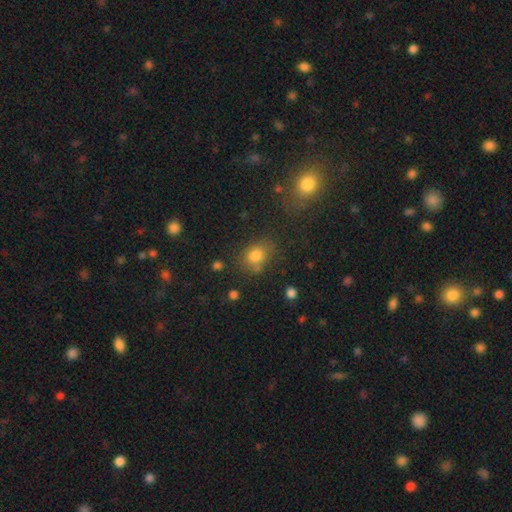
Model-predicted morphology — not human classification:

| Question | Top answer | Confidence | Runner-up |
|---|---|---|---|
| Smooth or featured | smooth | 77% | star or artifact (15%) |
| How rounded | round | 51% | in between (47%) |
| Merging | none | 67% | minor disturbance (17%) |